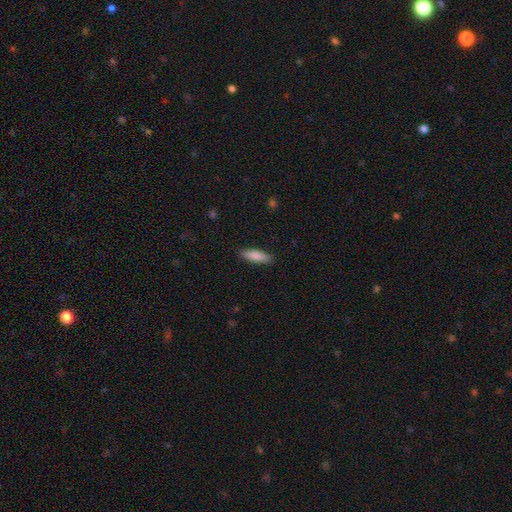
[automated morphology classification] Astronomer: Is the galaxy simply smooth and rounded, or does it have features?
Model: smooth — 87%.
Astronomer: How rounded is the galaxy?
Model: in between — 53% (runner-up: cigar-shaped, 46%).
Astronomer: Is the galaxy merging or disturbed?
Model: none — 88%.